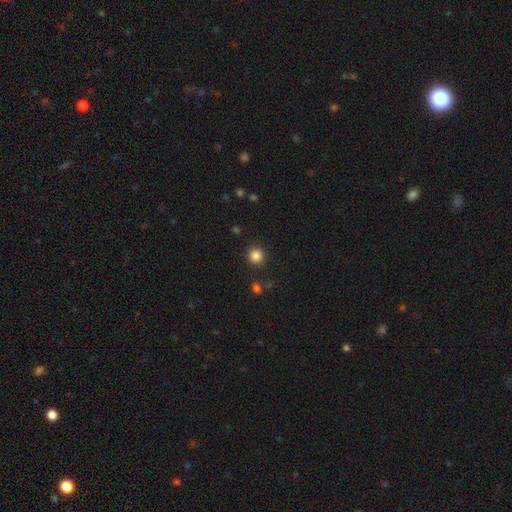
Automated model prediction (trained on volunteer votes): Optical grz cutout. It shows a smooth galaxy with no disk features (85%) that is round (94%). Merging: none (91%).